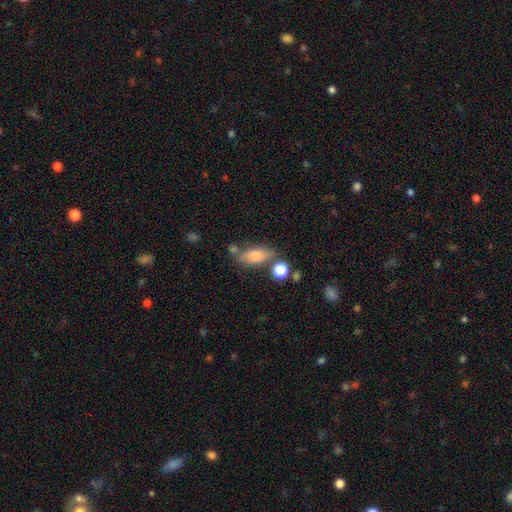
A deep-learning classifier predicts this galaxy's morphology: Overall: smooth (78%). How rounded: in between (77%). Merging: none (60%).